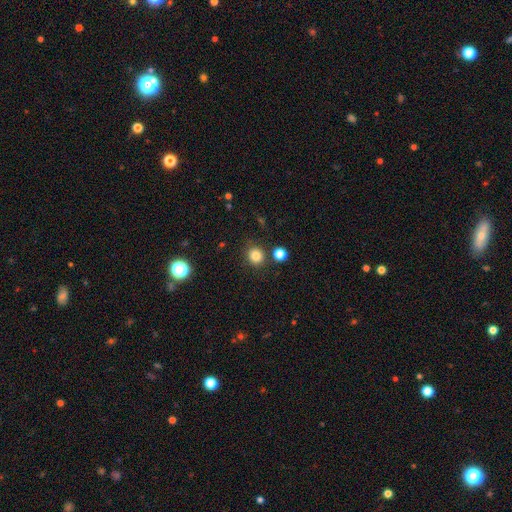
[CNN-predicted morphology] Smooth or featured? smooth (82%)
How rounded? round (87%)
Merging? none (83%)